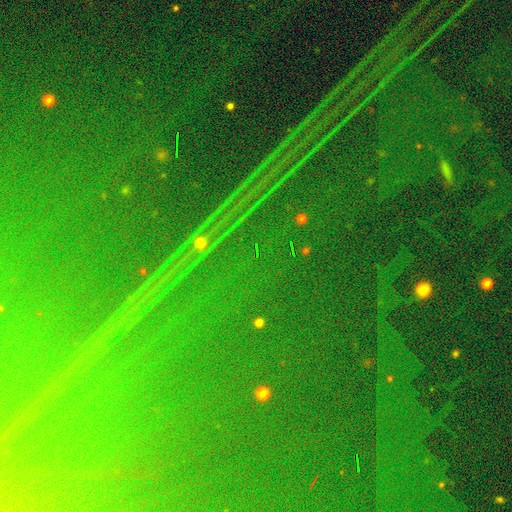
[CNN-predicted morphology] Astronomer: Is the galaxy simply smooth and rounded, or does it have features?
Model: star or artifact — 86%.